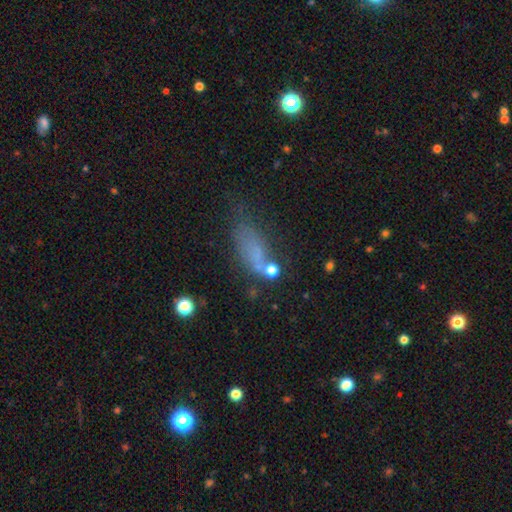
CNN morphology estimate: A smooth galaxy with no disk features (58%) that is in between round and cigar-shaped (68%). Merging: none (40%).